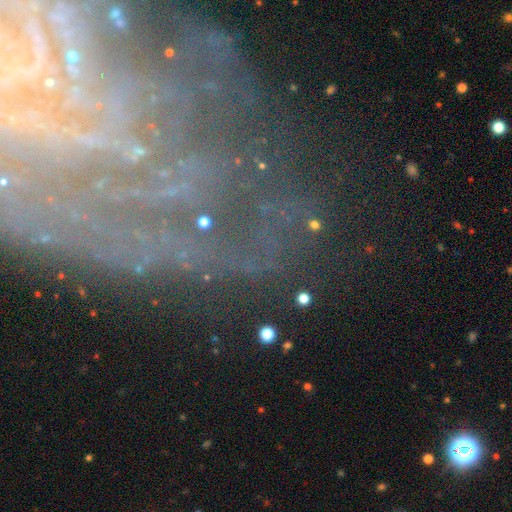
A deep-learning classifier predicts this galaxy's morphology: Smooth or featured? Predicted: featured or disk (p=0.62). Edge-on disk? Predicted: no (p=0.89). Bar? Predicted: no (p=0.52). Spiral arms? Predicted: yes (p=0.76). Bulge size? Predicted: small (p=0.50). Merging? Predicted: none (p=0.70).